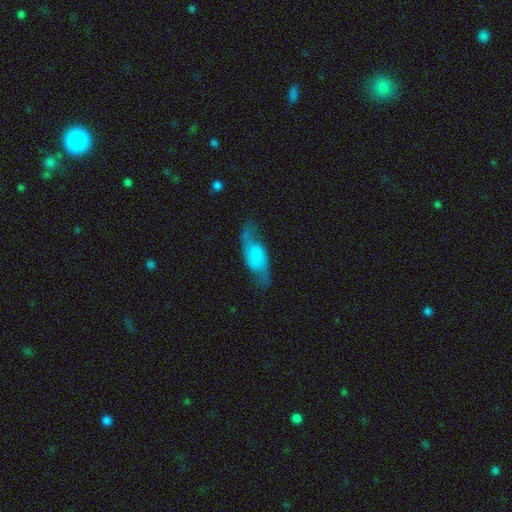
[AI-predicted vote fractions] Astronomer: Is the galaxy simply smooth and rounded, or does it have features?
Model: featured or disk — 68%.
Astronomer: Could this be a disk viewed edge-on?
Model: no — 90%.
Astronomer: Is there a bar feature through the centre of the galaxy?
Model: no — 58%.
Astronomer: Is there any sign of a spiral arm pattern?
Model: yes — 93%.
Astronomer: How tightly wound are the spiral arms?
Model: loose — 60%.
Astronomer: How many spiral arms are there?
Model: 2 — 91%.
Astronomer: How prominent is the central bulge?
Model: none — 51%.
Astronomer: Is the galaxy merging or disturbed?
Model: none — 71%.